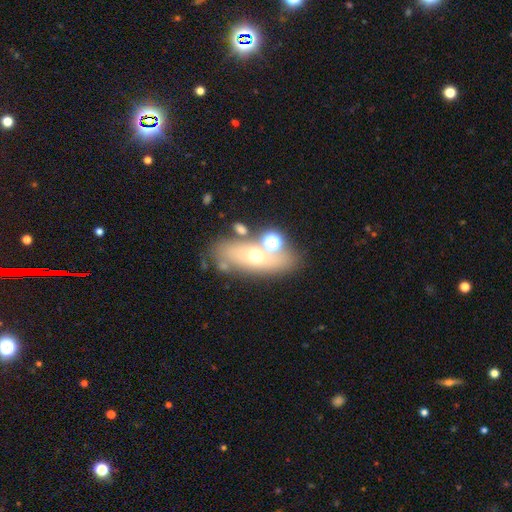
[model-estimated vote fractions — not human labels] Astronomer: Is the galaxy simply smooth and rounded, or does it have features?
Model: smooth — 47% (runner-up: featured or disk, 37%).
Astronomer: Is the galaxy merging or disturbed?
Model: none — 63%.